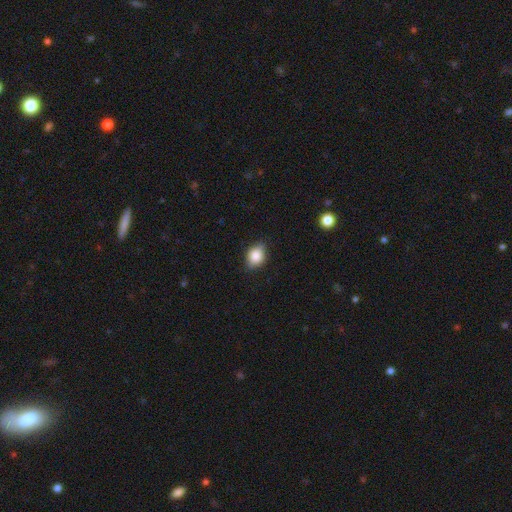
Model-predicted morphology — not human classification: A smooth galaxy with no disk features (83%) that is in between round and cigar-shaped (58%). Merging: none (77%).